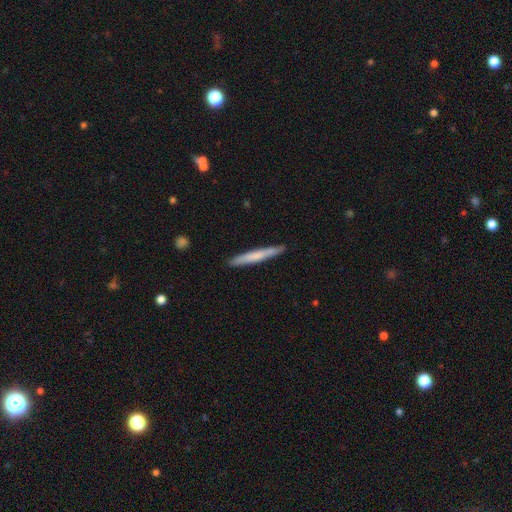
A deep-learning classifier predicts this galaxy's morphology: This is likely a smooth galaxy (66%). How rounded: clearly cigar-shaped (96%). Merging: clearly none (90%).